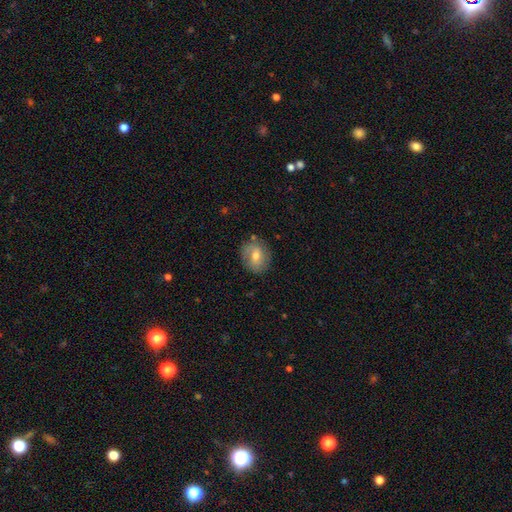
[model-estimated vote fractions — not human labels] Smooth or featured? Predicted: smooth (p=0.61). How rounded? Predicted: round (p=0.63). Merging? Predicted: none (p=0.78).